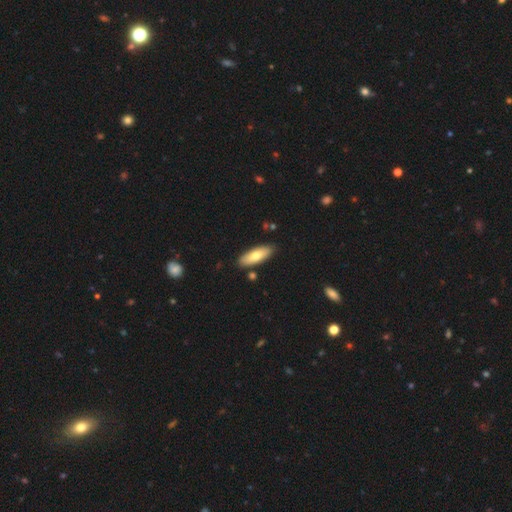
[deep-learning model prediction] This appears to be a smooth galaxy with no disk features (70%) that is in between round and cigar-shaped (66%). Merging: none (85%).